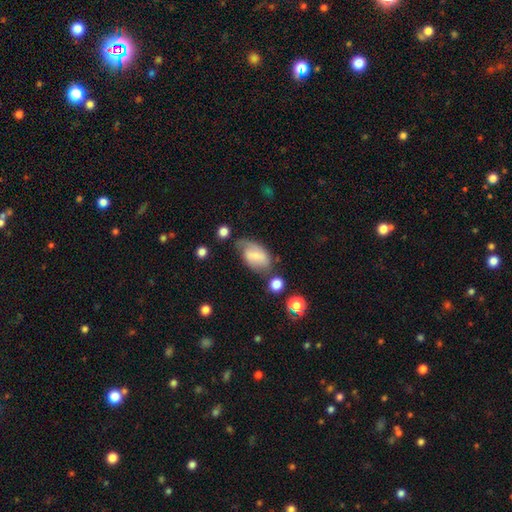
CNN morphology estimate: smooth-or-featured: smooth: 55% | featured or disk: 37% | star or artifact: 8%
  how-rounded: in between: 91% | round: 7% | cigar-shaped: 2%
  merging: none: 45% | minor disturbance: 31% | major disturbance: 16% | merger: 8%